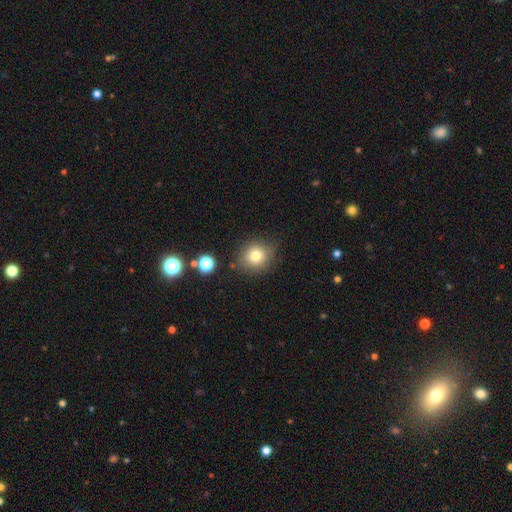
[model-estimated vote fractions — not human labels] This is likely a smooth galaxy (77%). How rounded: clearly round (84%). Merging: likely none (78%).